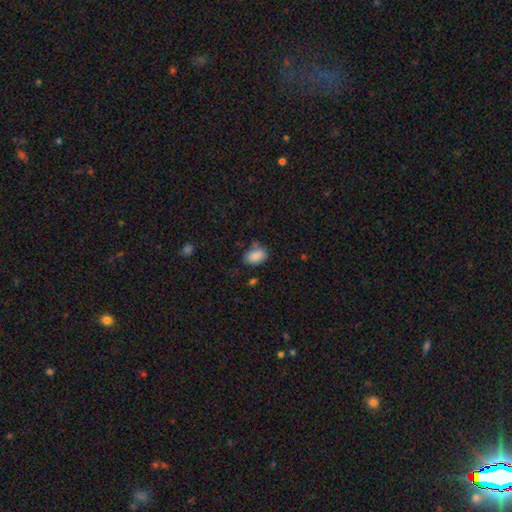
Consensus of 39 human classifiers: Smooth or featured: smooth — 87% (star or artifact — 10%)
How rounded: in between — 91% (round — 9%)
Merging: none — 83% (minor disturbance — 9%)